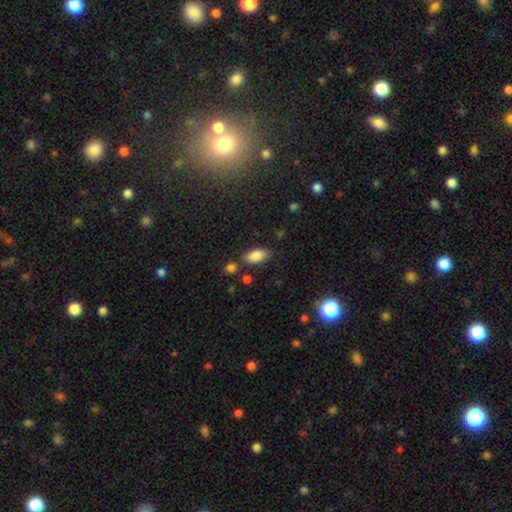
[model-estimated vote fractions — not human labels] smooth 85%, star or artifact 8%, featured or disk 7%. Down the decision tree: how rounded — in between (91%); merging — none (78%).